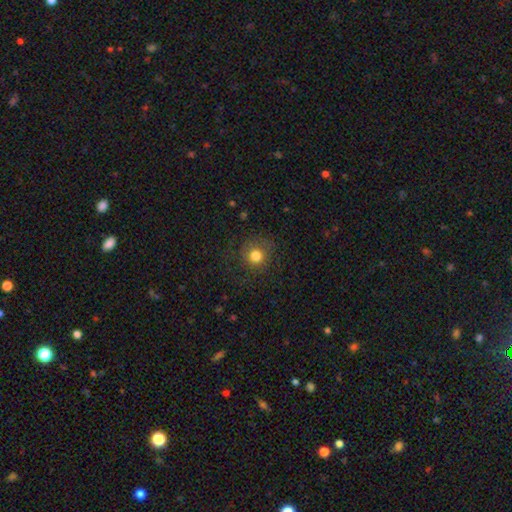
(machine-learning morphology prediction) smooth_or_featured: smooth (p=0.79) [alt: star or artifact p=0.12]
how_rounded: round (p=0.92) [alt: in between p=0.07]
merging: none (p=0.81) [alt: minor disturbance p=0.11]